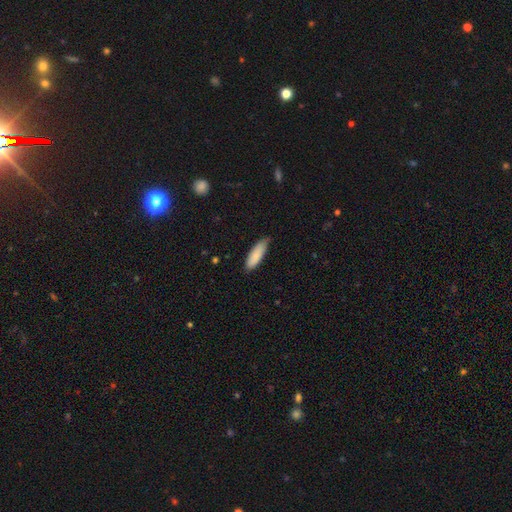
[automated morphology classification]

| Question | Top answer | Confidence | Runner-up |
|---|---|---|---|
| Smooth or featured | smooth | 83% | featured or disk (11%) |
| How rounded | in between | 58% | cigar-shaped (41%) |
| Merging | none | 75% | minor disturbance (21%) |